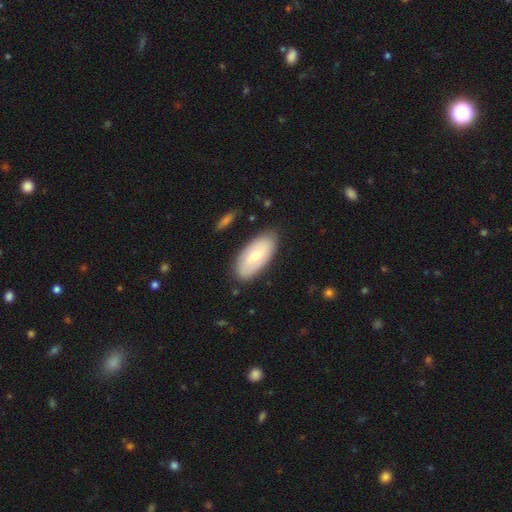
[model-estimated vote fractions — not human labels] A smooth galaxy with no disk features (59%) that is in between round and cigar-shaped (93%).

Vote fractions:
- Smooth or featured? smooth: 59% / featured or disk: 36% / star or artifact: 5%
- How rounded? in between: 93% / cigar-shaped: 5% / round: 2%
- Merging? none: 83% / minor disturbance: 13% / major disturbance: 3% / merger: 2%